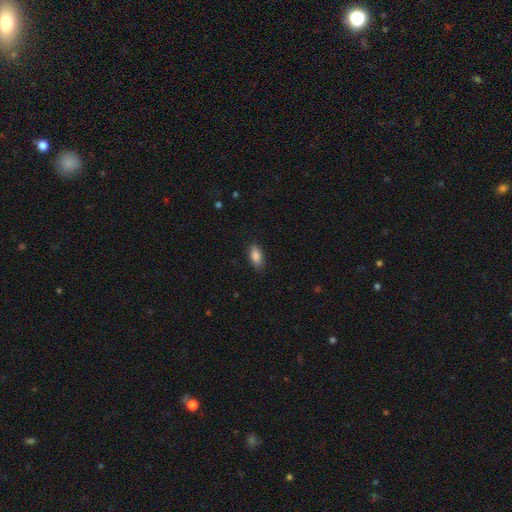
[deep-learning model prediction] This is clearly a smooth galaxy (86%). How rounded: clearly in between (87%). Merging: clearly none (86%).